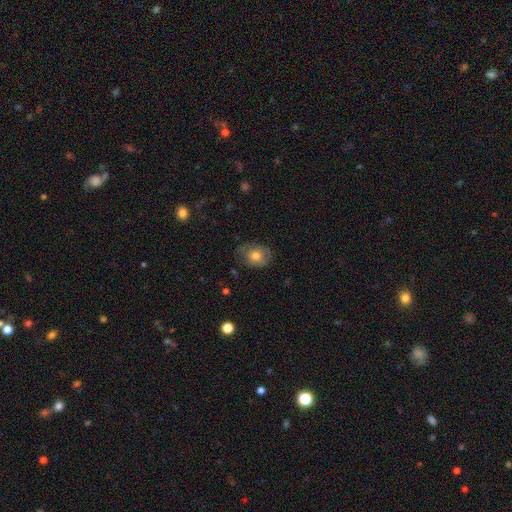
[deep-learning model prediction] smooth 72%, featured or disk 19%, star or artifact 9%. Down the decision tree: how rounded — round (52%); merging — none (63%).